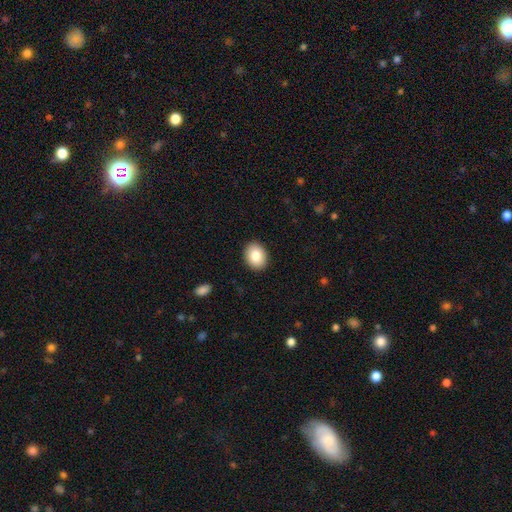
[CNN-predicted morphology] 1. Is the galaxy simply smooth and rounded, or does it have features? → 84% smooth, 8% featured or disk, 8% star or artifact.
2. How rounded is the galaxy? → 60% in between, 40% round, 1% cigar-shaped.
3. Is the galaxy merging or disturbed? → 90% none, 7% minor disturbance, 2% major disturbance, 1% merger.